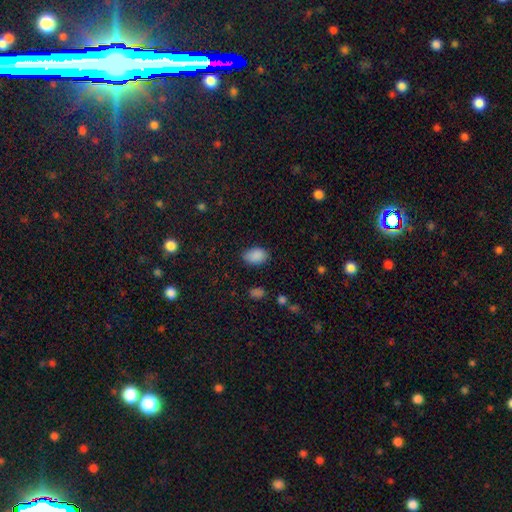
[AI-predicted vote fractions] A smooth galaxy with no disk features (88%) that is in between round and cigar-shaped (87%).

Vote fractions:
- Smooth or featured? smooth: 88% / star or artifact: 9% / featured or disk: 4%
- How rounded? in between: 87% / round: 12% / cigar-shaped: 1%
- Merging? none: 78% / minor disturbance: 17% / major disturbance: 4% / merger: 2%